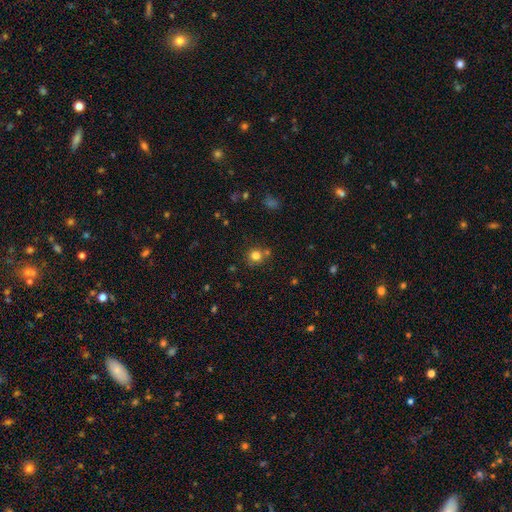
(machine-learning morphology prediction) Smooth or featured? smooth (79%)
How rounded? round (91%)
Merging? none (74%)